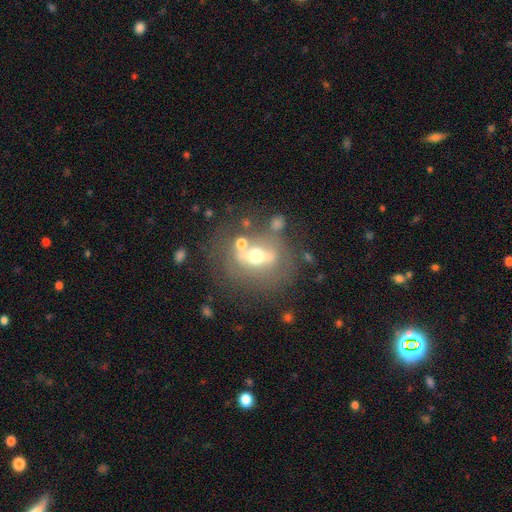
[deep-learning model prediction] Smooth or featured: featured or disk — 62% (smooth — 27%)
Edge-on disk: no — 76% (yes — 24%)
Merging: none — 63% (minor disturbance — 16%)